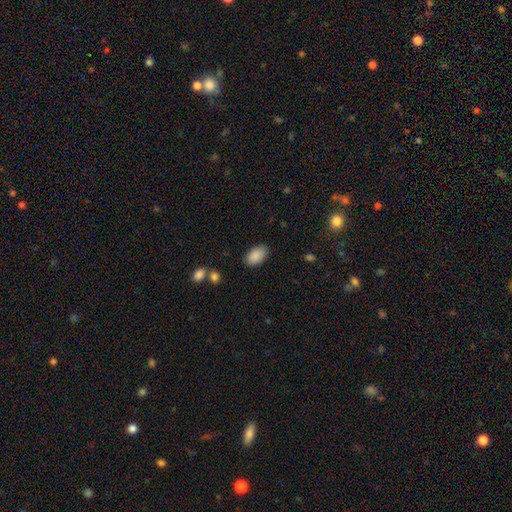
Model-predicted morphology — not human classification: type=smooth (89%); roundness=in between (93%); merging=none (83%).